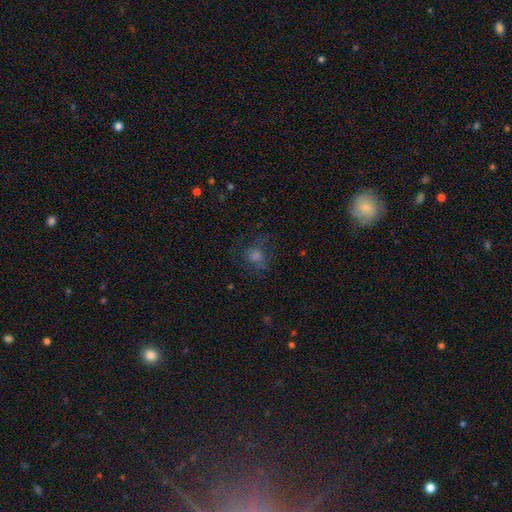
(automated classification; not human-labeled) The model was most divided on "smooth or featured": smooth: 53%, star or artifact: 29%, featured or disk: 18%. More confident: how rounded — round (75%); merging — none (68%).